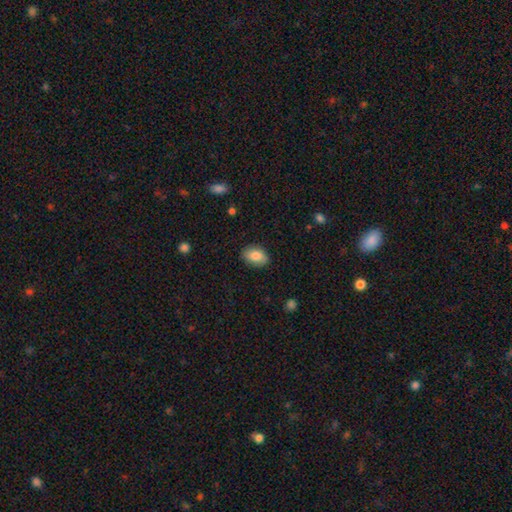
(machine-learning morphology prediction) This appears to be a smooth galaxy with no disk features (82%) that is in between round and cigar-shaped (87%). Merging: none (85%).